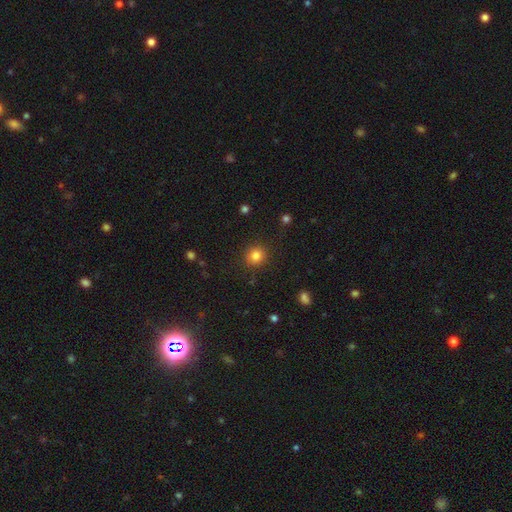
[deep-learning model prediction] Morphology: type=smooth (82%); roundness=round (90%); merging=none (89%).